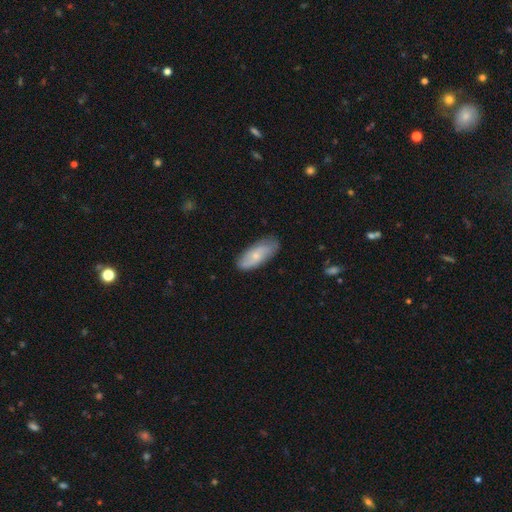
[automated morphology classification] A smooth galaxy with no disk features (58%) that is in between round and cigar-shaped (79%).

Vote fractions:
- Smooth or featured? smooth: 58% / featured or disk: 36% / star or artifact: 6%
- How rounded? in between: 79% / cigar-shaped: 19% / round: 2%
- Merging? none: 78% / minor disturbance: 18% / major disturbance: 3% / merger: 1%